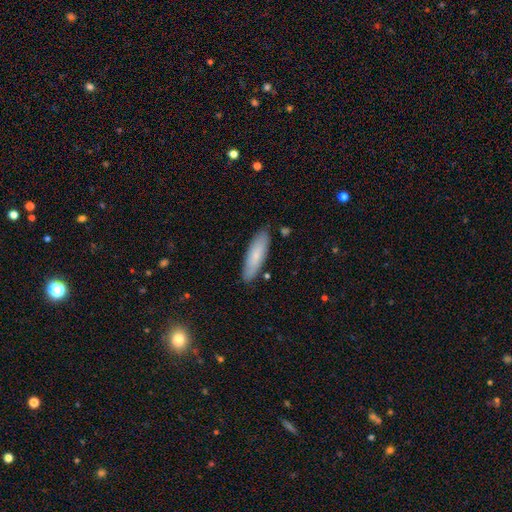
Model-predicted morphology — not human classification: Overall: smooth (75%). How rounded: cigar-shaped (59%; in between 39%). Merging: none (85%).